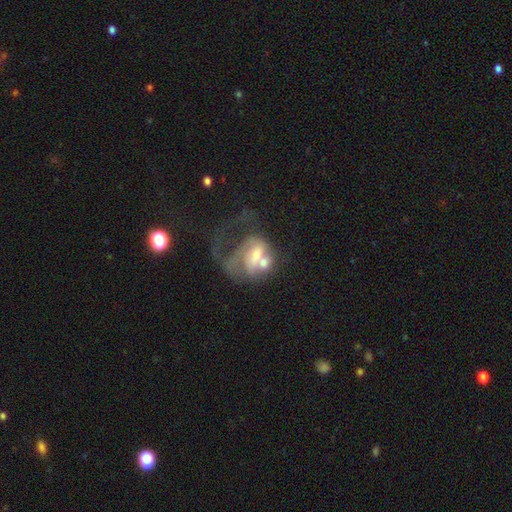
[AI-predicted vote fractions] This is possibly a featured or disk galaxy (57%). It is clearly not viewed edge-on (96%). Bar: likely no (62%). Spiral arm pattern: possibly no (56%). Central bulge: possibly moderate (46%). Merging: marginally merger (43%).